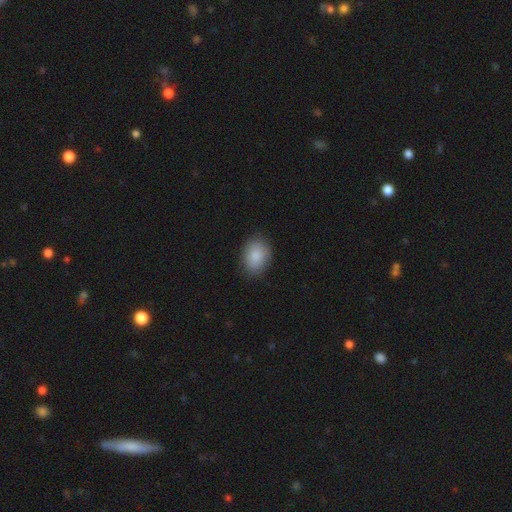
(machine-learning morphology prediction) Smooth or featured? Predicted: smooth (p=0.87). How rounded? Predicted: in between (p=0.68). Merging? Predicted: none (p=0.84).